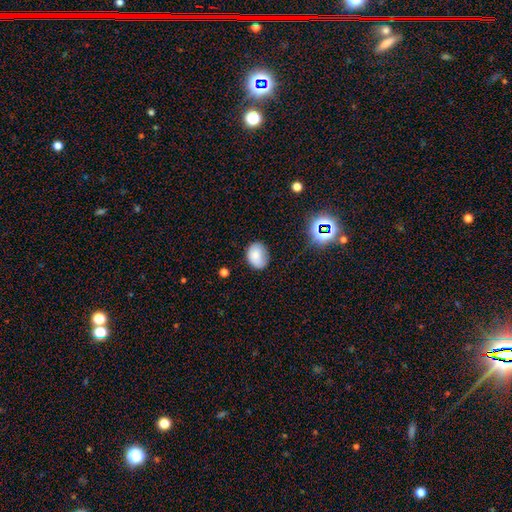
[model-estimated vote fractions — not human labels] Q: Smooth or featured?
A: smooth (81%); runner-up: star or artifact (10%)
Q: How rounded?
A: in between (62%); runner-up: round (37%)
Q: Merging?
A: none (68%); runner-up: minor disturbance (24%)